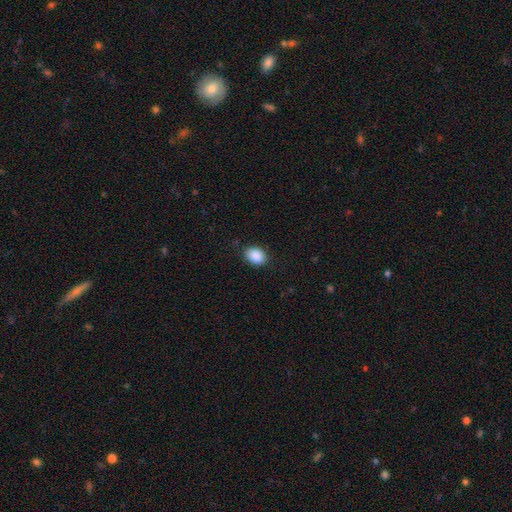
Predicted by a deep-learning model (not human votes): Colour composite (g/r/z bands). It shows a smooth galaxy with no disk features (89%) that is in between round and cigar-shaped (74%). Merging: none (86%).